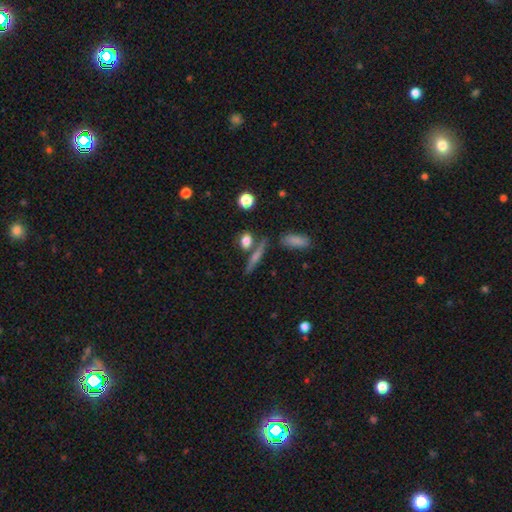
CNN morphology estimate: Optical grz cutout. It shows a smooth galaxy with no disk features (44%). Merging: none (73%).